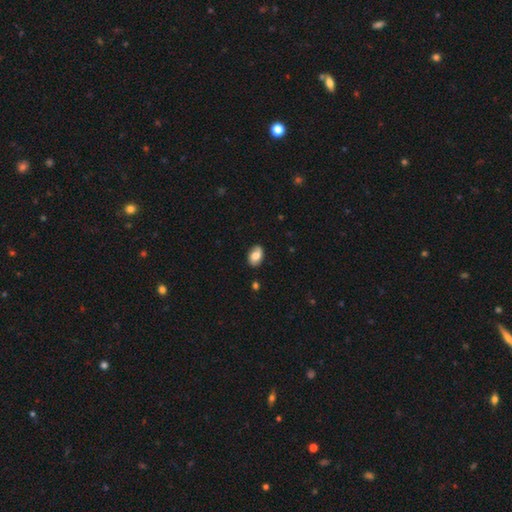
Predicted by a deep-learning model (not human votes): Q: Smooth or featured?
A: smooth (68%); runner-up: featured or disk (24%)
Q: How rounded?
A: in between (88%); runner-up: round (10%)
Q: Merging?
A: none (80%); runner-up: minor disturbance (15%)